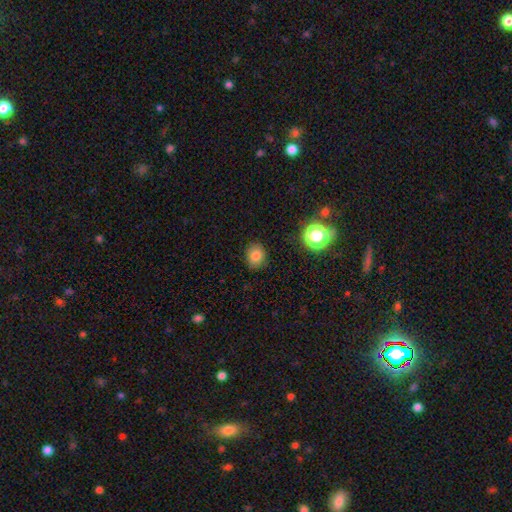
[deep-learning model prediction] A smooth galaxy with no disk features (80%) that is round (59%). Merging: none (87%).